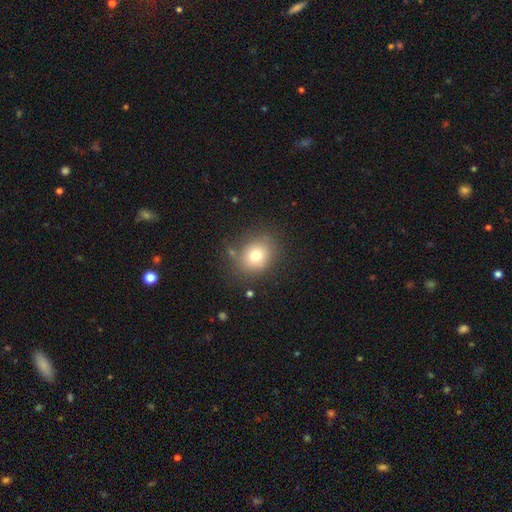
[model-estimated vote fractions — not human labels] smooth 75%, featured or disk 13%, star or artifact 12%. Down the decision tree: how rounded — round (66%); merging — none (76%).